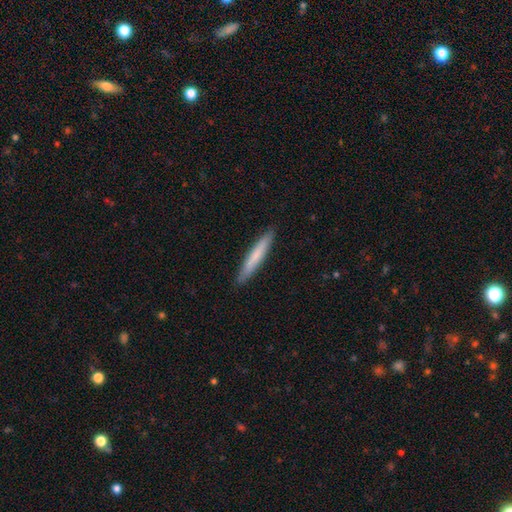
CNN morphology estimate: Overall: smooth (69%). How rounded: cigar-shaped (95%). Merging: none (91%).